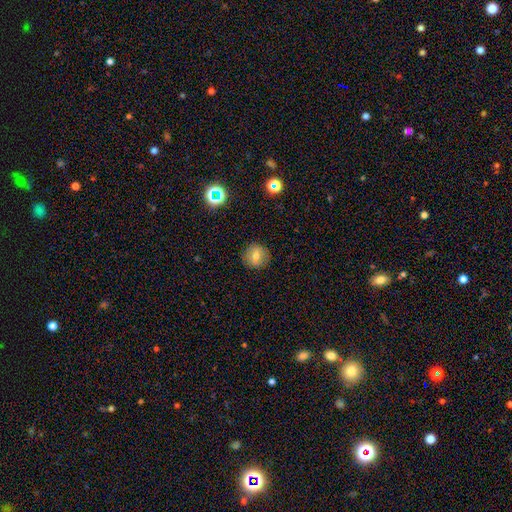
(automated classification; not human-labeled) Smooth or featured?
  - smooth: 67% *
  - featured or disk: 21%
  - star or artifact: 13%
How rounded?
  - round: 92% *
  - in between: 7%
  - cigar-shaped: 1%
Merging?
  - none: 89% *
  - minor disturbance: 7%
  - major disturbance: 2%
  - merger: 1%